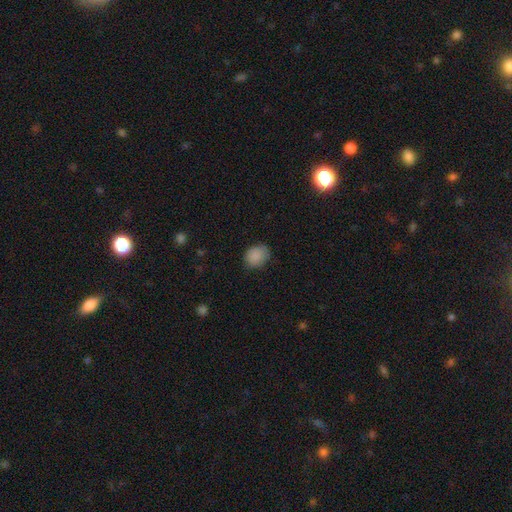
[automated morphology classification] smooth 87%, star or artifact 9%, featured or disk 4%. Down the decision tree: how rounded — round (54%); merging — none (75%).